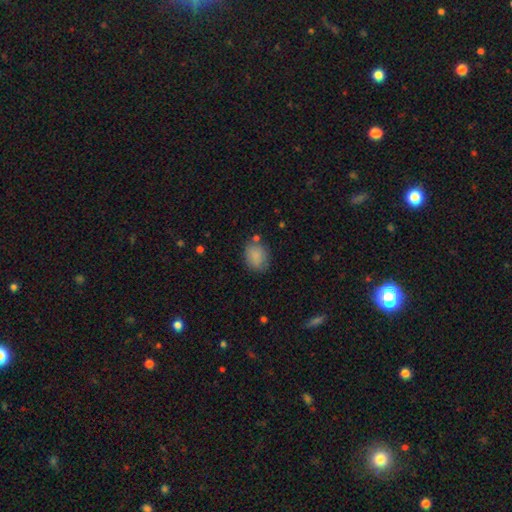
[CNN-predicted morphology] Smooth or featured?
  - smooth: 85% *
  - star or artifact: 8%
  - featured or disk: 7%
How rounded?
  - in between: 62% *
  - round: 37%
  - cigar-shaped: 1%
Merging?
  - none: 71% *
  - minor disturbance: 19%
  - major disturbance: 5%
  - merger: 5%